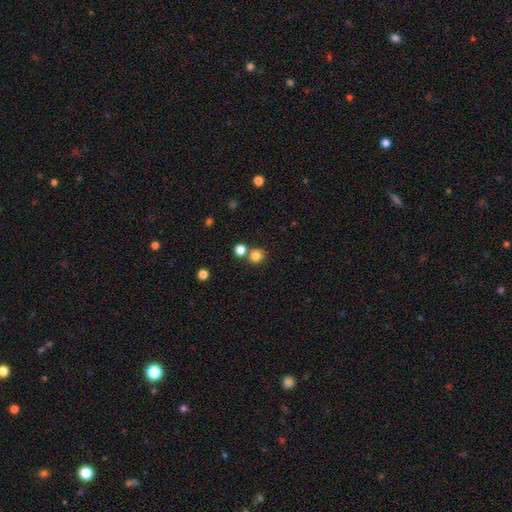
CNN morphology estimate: Smooth or featured: smooth — 81% (star or artifact — 13%)
How rounded: round — 88% (in between — 11%)
Merging: none — 67% (merger — 20%)